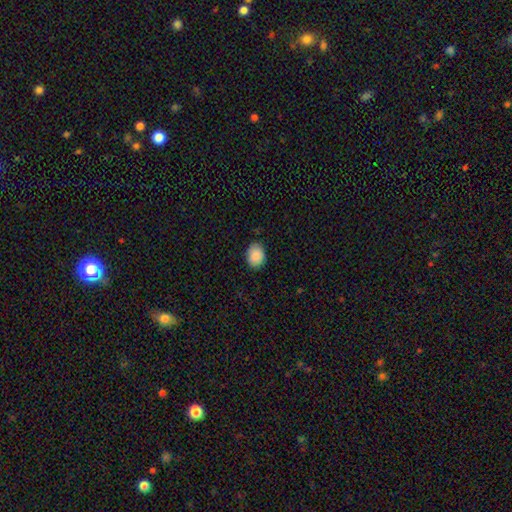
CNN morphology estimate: Q: Smooth or featured?
A: smooth (90%); runner-up: star or artifact (7%)
Q: How rounded?
A: in between (63%); runner-up: round (36%)
Q: Merging?
A: none (86%); runner-up: minor disturbance (11%)